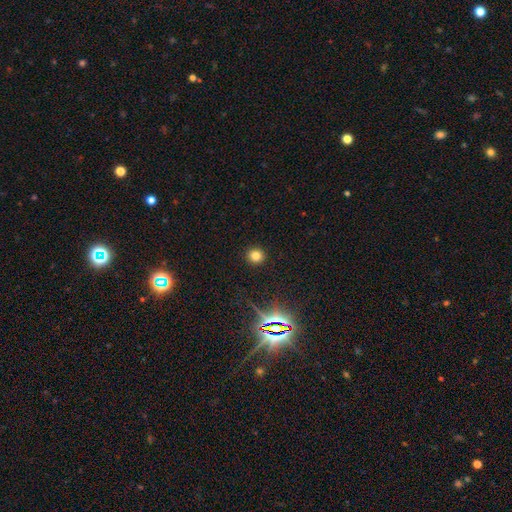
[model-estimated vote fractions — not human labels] The model was most divided on "smooth or featured": smooth: 77%, star or artifact: 18%, featured or disk: 6%. More confident: merging — none (92%); how rounded — round (92%).